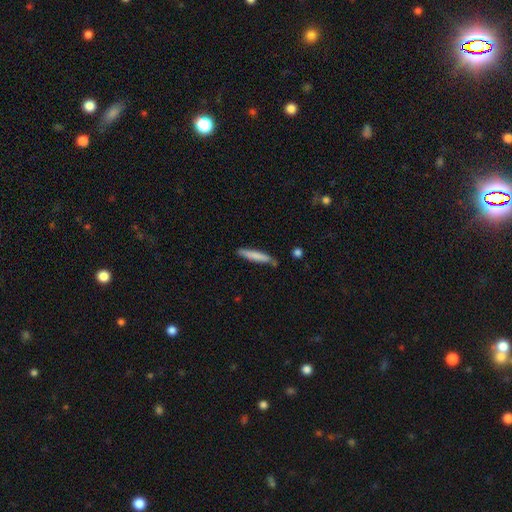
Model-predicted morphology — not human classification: Smooth or featured?
  - smooth: 75% *
  - featured or disk: 19%
  - star or artifact: 5%
How rounded?
  - cigar-shaped: 92% *
  - in between: 7%
  - round: 1%
Merging?
  - none: 79% *
  - minor disturbance: 15%
  - merger: 3%
  - major disturbance: 2%